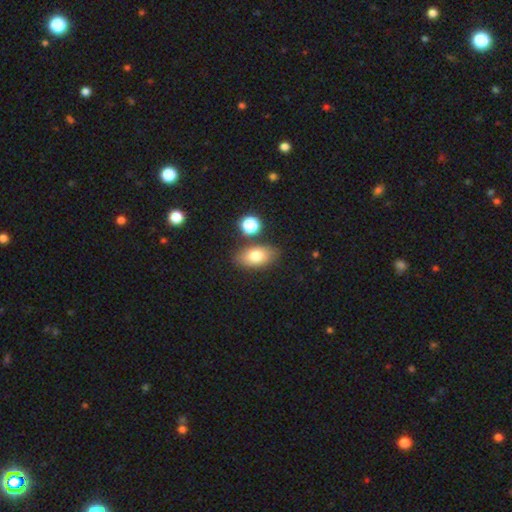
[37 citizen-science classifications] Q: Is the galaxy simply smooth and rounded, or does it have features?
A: smooth — 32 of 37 (86%).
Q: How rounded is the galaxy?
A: in between — 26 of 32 (81%).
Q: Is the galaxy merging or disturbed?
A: none — 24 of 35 (69%).